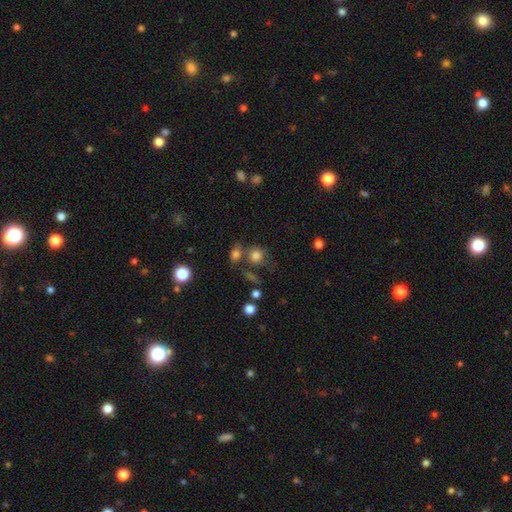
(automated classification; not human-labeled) This is likely a smooth galaxy (78%). How rounded: clearly round (81%). Merging: possibly none (53%).